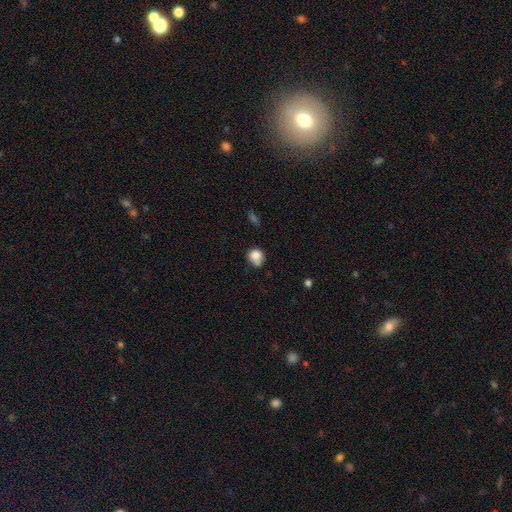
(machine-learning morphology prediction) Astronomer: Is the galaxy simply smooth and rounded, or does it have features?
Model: smooth — 81%.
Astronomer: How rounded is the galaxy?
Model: round — 68%.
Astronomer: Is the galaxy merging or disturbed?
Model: none — 46% (runner-up: minor disturbance, 33%).